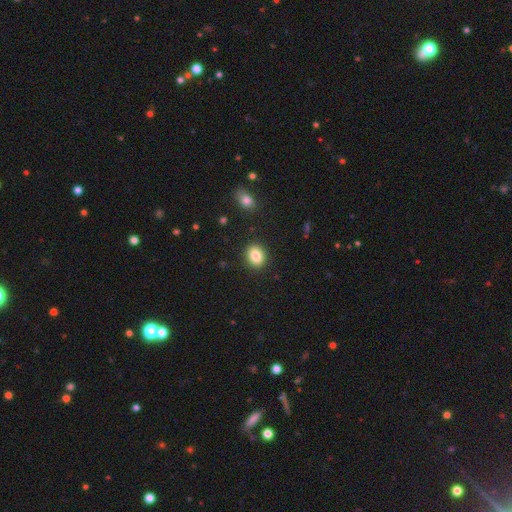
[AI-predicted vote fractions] smooth 84%, star or artifact 9%, featured or disk 7%. Down the decision tree: how rounded — round (52%); merging — none (90%).